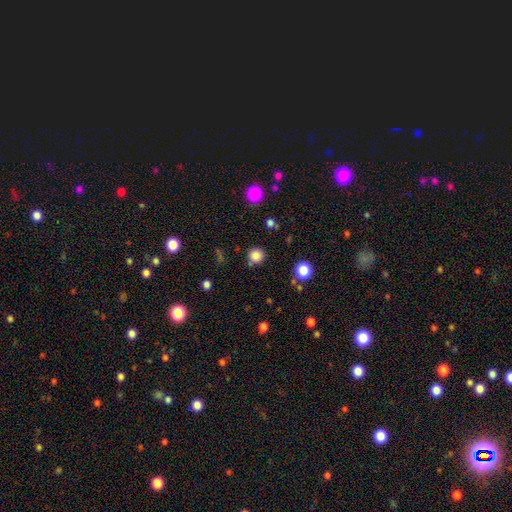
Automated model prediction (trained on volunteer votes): smooth-or-featured: smooth: 84% | star or artifact: 13% | featured or disk: 4%
  how-rounded: round: 93% | in between: 6% | cigar-shaped: 1%
  merging: none: 83% | minor disturbance: 9% | merger: 5% | major disturbance: 3%